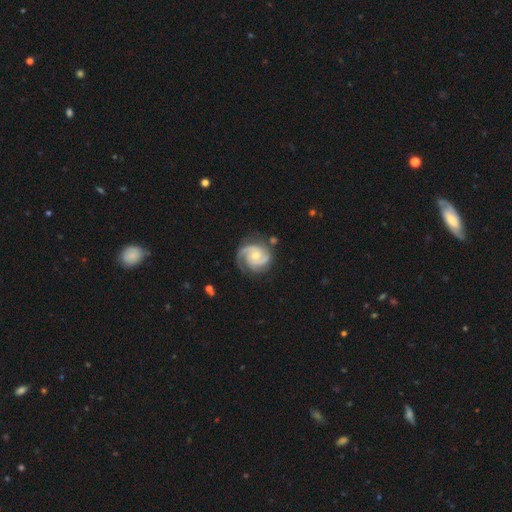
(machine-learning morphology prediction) smooth-or-featured: featured or disk: 89% | smooth: 6% | star or artifact: 4%
  disk-edge-on: no: 98% | yes: 2%
    bar: no: 67% | weak: 27% | strong: 6%
    has-spiral-arms: yes: 98% | no: 2%
      spiral-winding: tight: 56% | medium: 36% | loose: 7%
      spiral-arm-count: 2: 58% | 3: 25% | can't tell: 7% | 1: 4% | 4: 3% | more than 4: 3%
    bulge-size: small: 51% | moderate: 44% | large: 2% | none: 2% | dominant: 1%
  merging: none: 72% | minor disturbance: 18% | major disturbance: 7% | merger: 3%